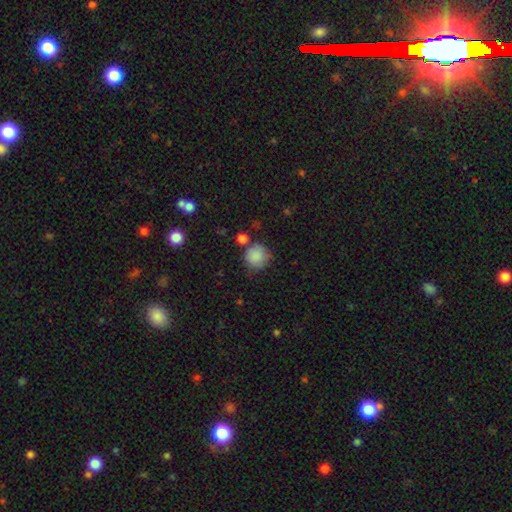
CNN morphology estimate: Q: Smooth or featured?
A: smooth (86%); runner-up: star or artifact (9%)
Q: How rounded?
A: round (90%); runner-up: in between (9%)
Q: Merging?
A: none (67%); runner-up: minor disturbance (18%)